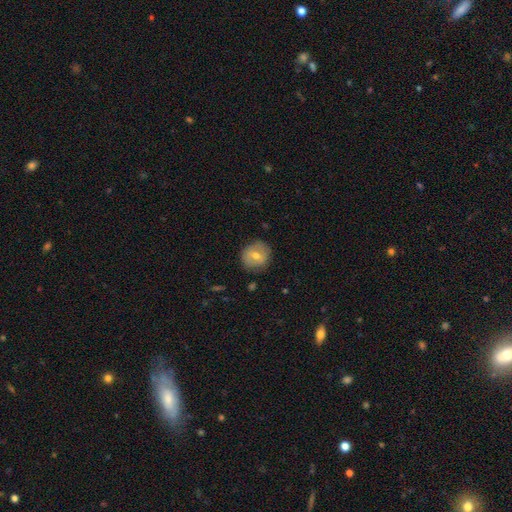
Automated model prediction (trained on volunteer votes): The model was most divided on "smooth or featured": smooth: 56%, featured or disk: 35%, star or artifact: 10%. More confident: how rounded — round (86%); merging — none (84%).